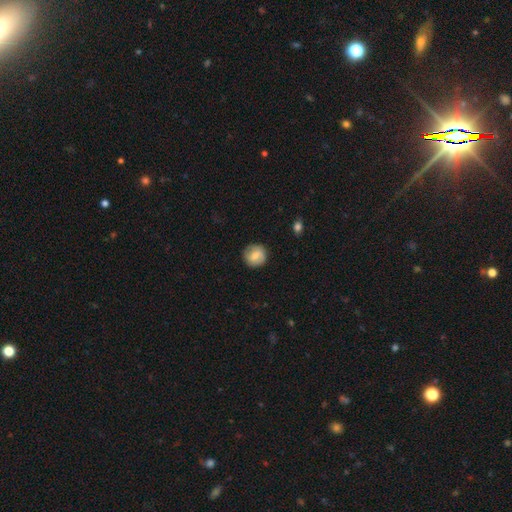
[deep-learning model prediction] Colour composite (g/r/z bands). It shows a smooth galaxy with no disk features (66%) that is round (89%). Merging: none (85%).